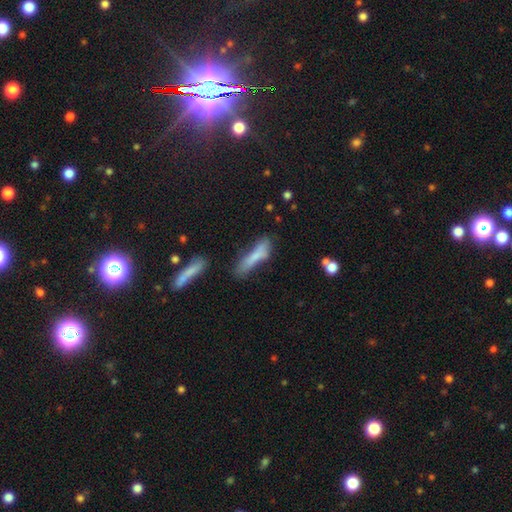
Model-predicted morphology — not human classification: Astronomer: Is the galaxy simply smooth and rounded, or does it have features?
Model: smooth — 70%.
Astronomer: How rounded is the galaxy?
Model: cigar-shaped — 75%.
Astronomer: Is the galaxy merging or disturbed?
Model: none — 47% (runner-up: minor disturbance, 26%).